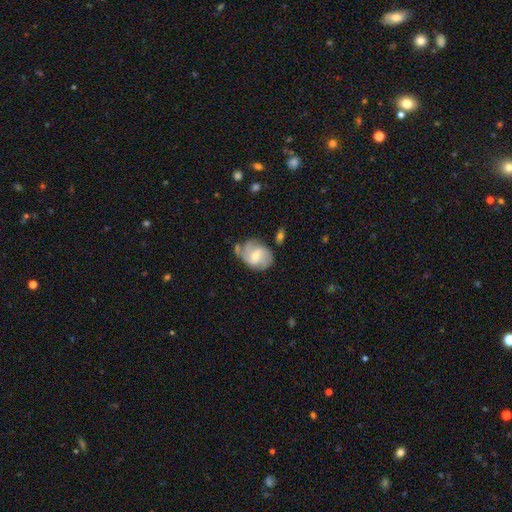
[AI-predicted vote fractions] Overall: featured or disk (56%; smooth 37%). Edge-on disk: no (96%). Bar: weak (51%; no 35%). Spiral arms: yes (80%). Bulge size: moderate (51%; small 42%). Merging: none (48%; minor disturbance 28%).